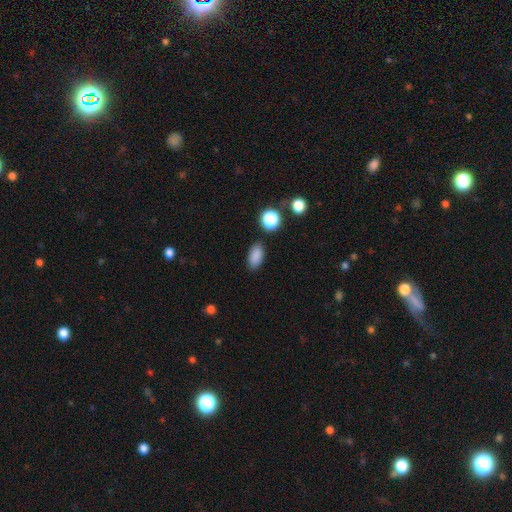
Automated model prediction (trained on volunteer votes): A smooth galaxy with no disk features (86%) that is in between round and cigar-shaped (91%). Merging: none (85%).